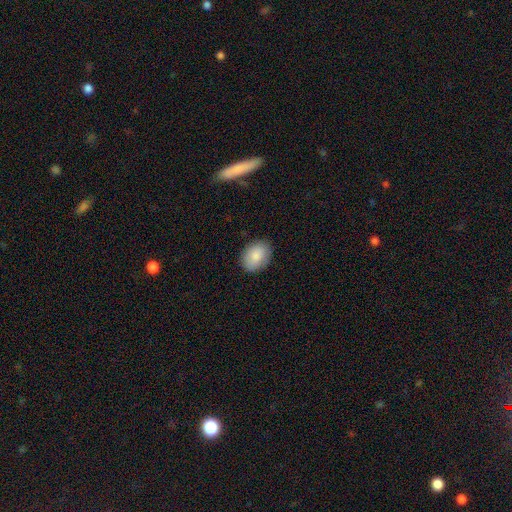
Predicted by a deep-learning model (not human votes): Smooth or featured? Predicted: smooth (p=0.86). How rounded? Predicted: in between (p=0.74). Merging? Predicted: none (p=0.87).